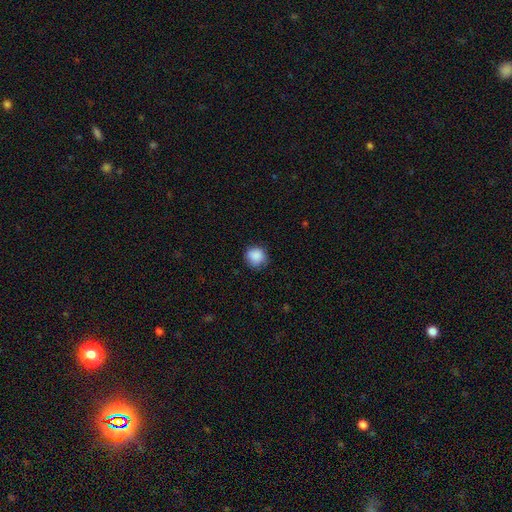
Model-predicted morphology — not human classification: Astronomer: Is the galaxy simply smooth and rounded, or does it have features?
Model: smooth — 88%.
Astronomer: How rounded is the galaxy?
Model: round — 90%.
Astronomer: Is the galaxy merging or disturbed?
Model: none — 80%.